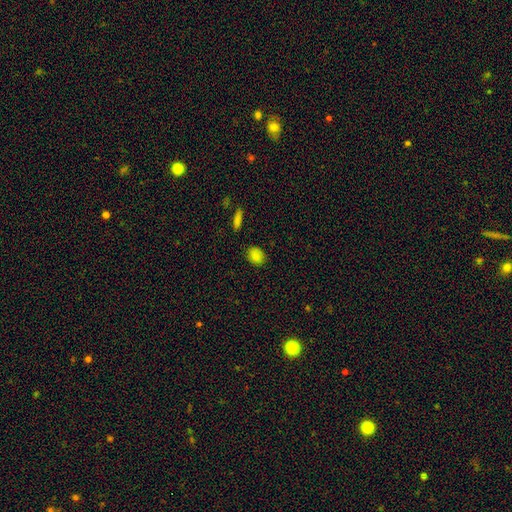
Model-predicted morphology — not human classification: The model was most divided on "how rounded": in between: 63%, round: 36%, cigar-shaped: 2%. More confident: merging — none (86%); smooth or featured — smooth (85%).